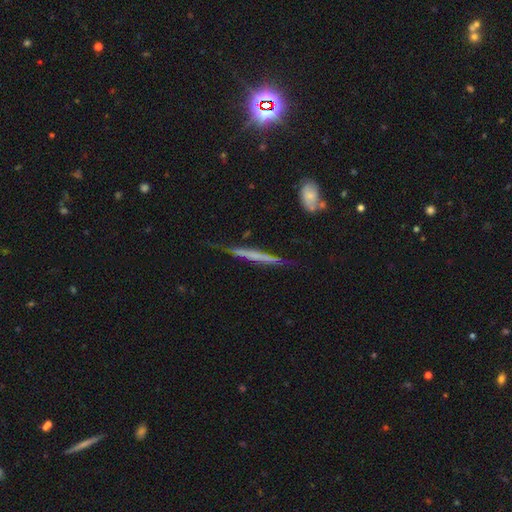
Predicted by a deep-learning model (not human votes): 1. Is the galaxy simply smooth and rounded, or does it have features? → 58% featured or disk, 35% smooth, 8% star or artifact.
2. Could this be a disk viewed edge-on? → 93% yes, 7% no.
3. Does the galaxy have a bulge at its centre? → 82% none, 10% rounded, 8% boxy.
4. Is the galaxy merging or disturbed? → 74% none, 19% minor disturbance, 5% major disturbance, 2% merger.